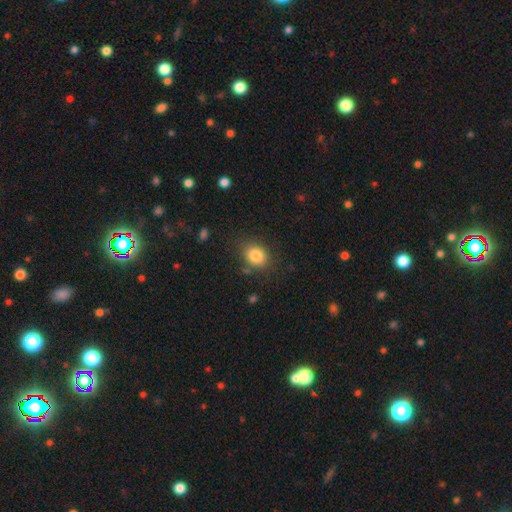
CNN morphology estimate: A smooth galaxy with no disk features (83%) that is round (53%). Merging: none (80%).